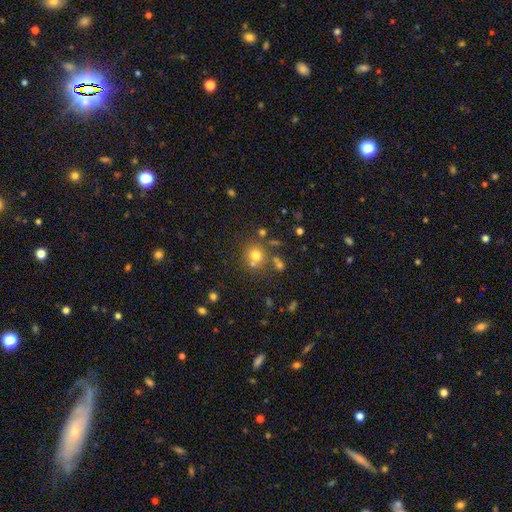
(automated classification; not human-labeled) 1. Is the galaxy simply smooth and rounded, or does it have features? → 70% smooth, 19% star or artifact, 12% featured or disk.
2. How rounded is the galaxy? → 85% round, 14% in between, 1% cigar-shaped.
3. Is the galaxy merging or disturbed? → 63% none, 21% merger, 11% minor disturbance, 5% major disturbance.